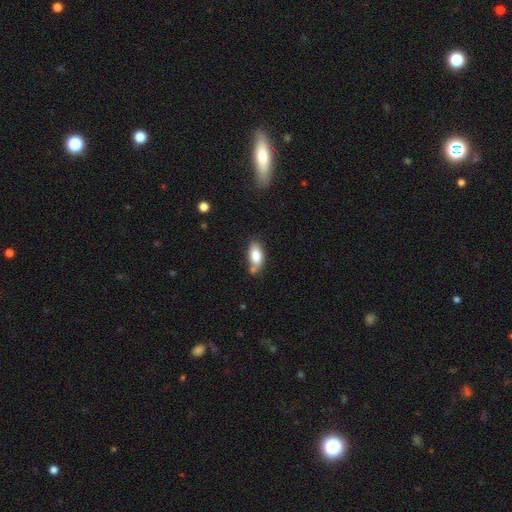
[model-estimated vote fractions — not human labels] smooth 82%, featured or disk 11%, star or artifact 7%. Down the decision tree: how rounded — in between (90%); merging — none (62%).